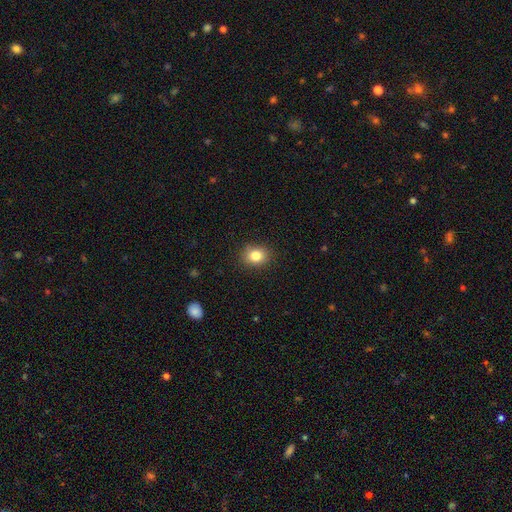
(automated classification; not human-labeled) Q: Smooth or featured?
A: smooth (83%); runner-up: star or artifact (10%)
Q: How rounded?
A: round (58%); runner-up: in between (41%)
Q: Merging?
A: none (87%); runner-up: minor disturbance (9%)